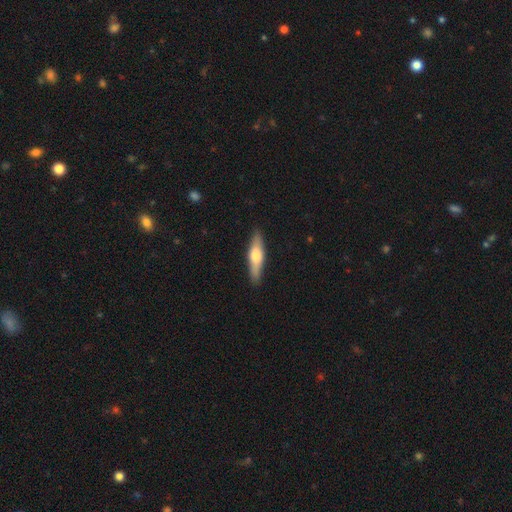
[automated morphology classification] This is possibly a smooth galaxy (49%). Merging: clearly none (89%).